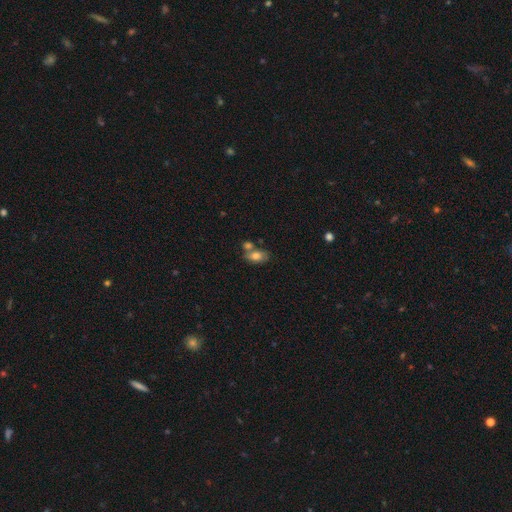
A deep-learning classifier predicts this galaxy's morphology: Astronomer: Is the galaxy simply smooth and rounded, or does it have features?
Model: smooth — 75%.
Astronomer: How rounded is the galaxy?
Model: in between — 88%.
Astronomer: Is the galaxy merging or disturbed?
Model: none — 45% (runner-up: merger, 35%).